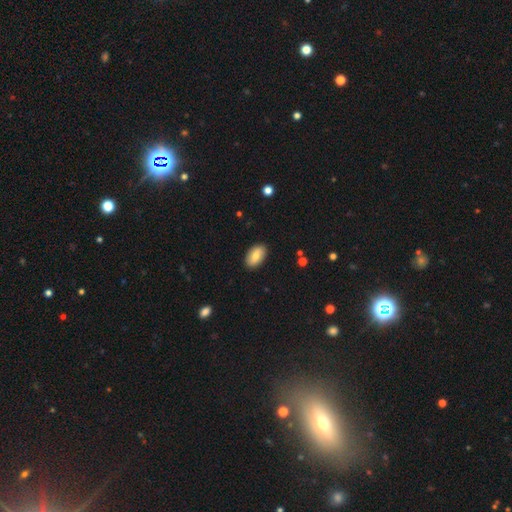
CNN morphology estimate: type=smooth (76%); roundness=in between (93%); merging=none (88%).